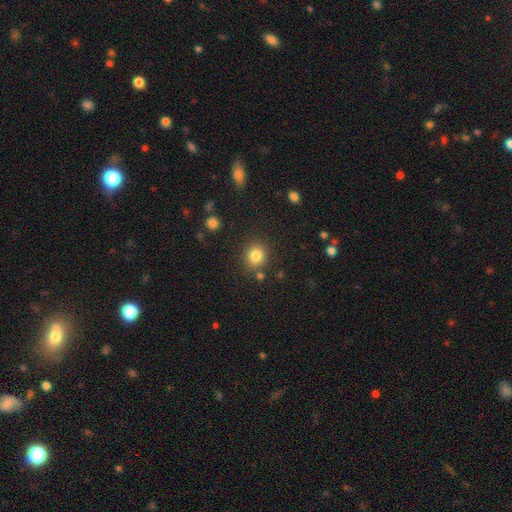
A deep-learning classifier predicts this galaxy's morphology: Smooth or featured: smooth — 83% (star or artifact — 11%)
How rounded: round — 77% (in between — 22%)
Merging: none — 84% (minor disturbance — 9%)